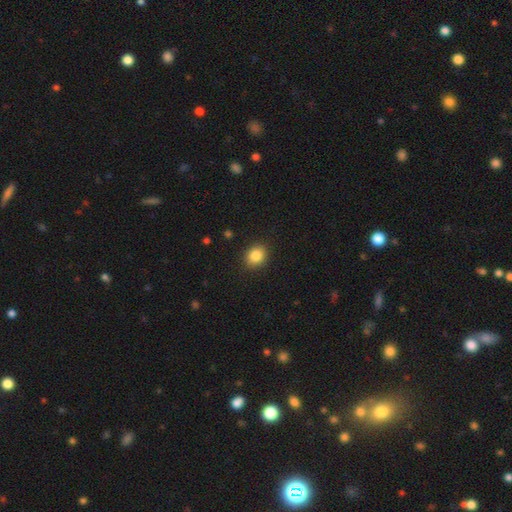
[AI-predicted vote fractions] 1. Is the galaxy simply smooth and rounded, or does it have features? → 86% smooth, 9% star or artifact, 5% featured or disk.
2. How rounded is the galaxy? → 61% round, 38% in between, 1% cigar-shaped.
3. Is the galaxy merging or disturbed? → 89% none, 8% minor disturbance, 2% major disturbance, 1% merger.